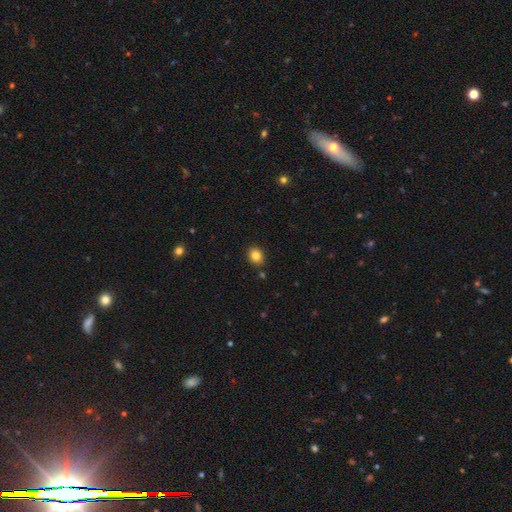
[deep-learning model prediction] smooth_or_featured: smooth (p=0.84) [alt: star or artifact p=0.10]
how_rounded: round (p=0.57) [alt: in between p=0.42]
merging: none (p=0.88) [alt: minor disturbance p=0.08]